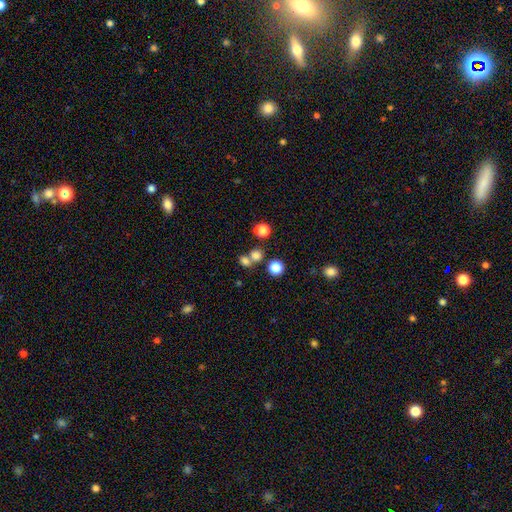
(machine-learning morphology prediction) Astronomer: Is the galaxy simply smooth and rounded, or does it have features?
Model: smooth — 73%.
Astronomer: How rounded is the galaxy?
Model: round — 75%.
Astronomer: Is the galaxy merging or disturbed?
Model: none — 53% (runner-up: merger, 36%).